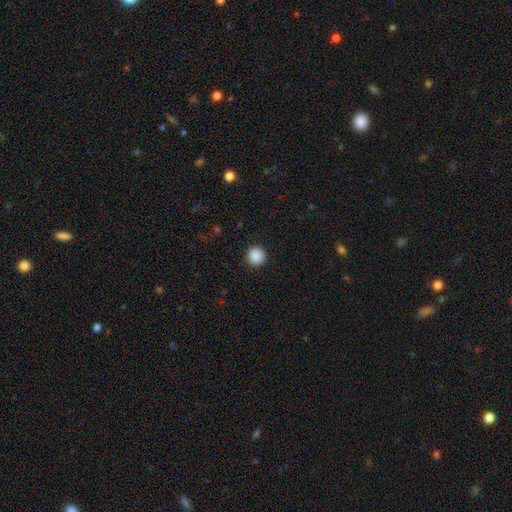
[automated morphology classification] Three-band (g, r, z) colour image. It shows a smooth galaxy with no disk features (89%) that is round (95%). Merging: none (92%).